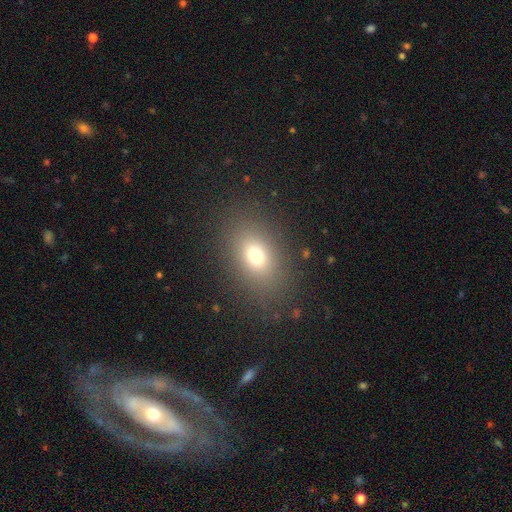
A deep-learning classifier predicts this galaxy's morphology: Smooth or featured? smooth (72%)
How rounded? in between (75%)
Merging? none (85%)